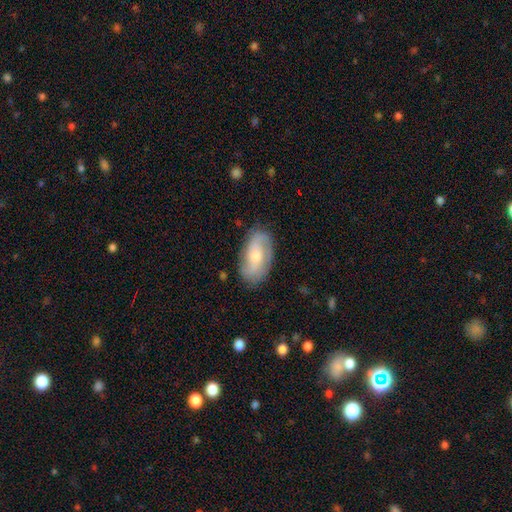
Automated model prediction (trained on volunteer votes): A featured or disk galaxy (62%) with no bar (54%), 2 (73%) medium (45%) spiral arms (89%) and a moderate central bulge (50%).

Vote fractions:
- Smooth or featured? featured or disk: 62% / smooth: 31% / star or artifact: 7%
- Edge-on disk? no: 95% / yes: 5%
- Bar? no: 54% / weak: 37% / strong: 9%
- Spiral arms? yes: 89% / no: 11%
- Spiral winding? medium: 45% / tight: 28% / loose: 27%
- Spiral arm count? 2: 73% / can't tell: 14% / 3: 5% / 1: 4% / 4: 2% / more than 4: 2%
- Bulge size? moderate: 50% / small: 33% / large: 10% / none: 5% / dominant: 2%
- Merging? none: 77% / minor disturbance: 16% / major disturbance: 5% / merger: 1%